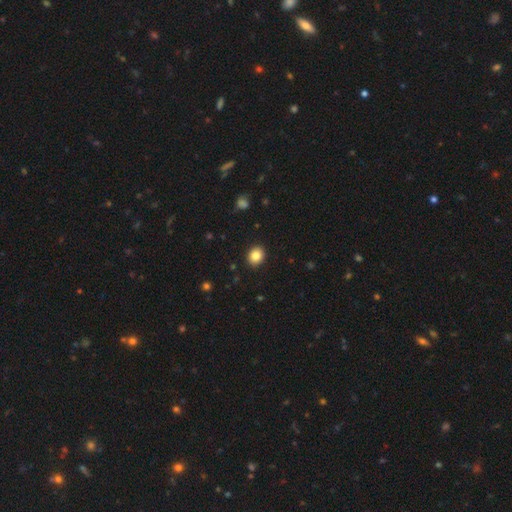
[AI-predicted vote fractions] Morphology: type=smooth (85%); roundness=round (58%); merging=none (91%).